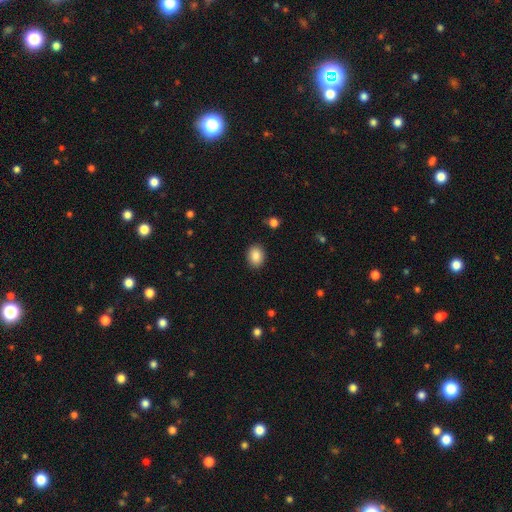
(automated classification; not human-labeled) Morphology: type=smooth (87%); roundness=in between (60%); merging=none (89%).